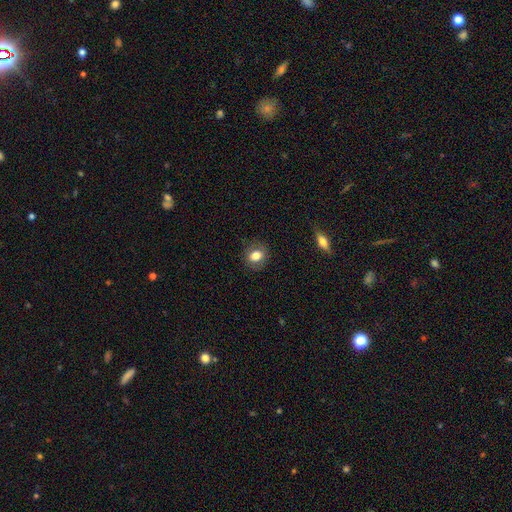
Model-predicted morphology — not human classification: type=smooth (78%); roundness=round (58%); merging=none (85%).